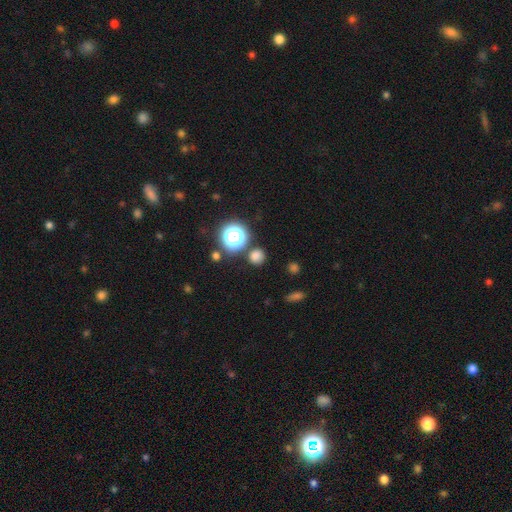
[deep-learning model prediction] A smooth galaxy with no disk features (71%) that is round (89%). Merging: none (82%).